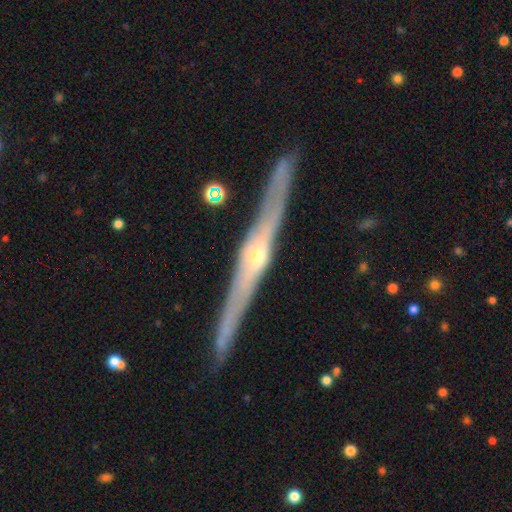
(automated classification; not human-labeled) A featured or disk galaxy (84%) viewed edge-on (97%) with a rounded central bulge (82%).

Vote fractions:
- Smooth or featured? featured or disk: 84% / smooth: 11% / star or artifact: 5%
- Edge-on disk? yes: 97% / no: 3%
- Edge-on bulge? rounded: 82% / none: 11% / boxy: 7%
- Merging? none: 89% / minor disturbance: 8% / major disturbance: 2% / merger: 1%